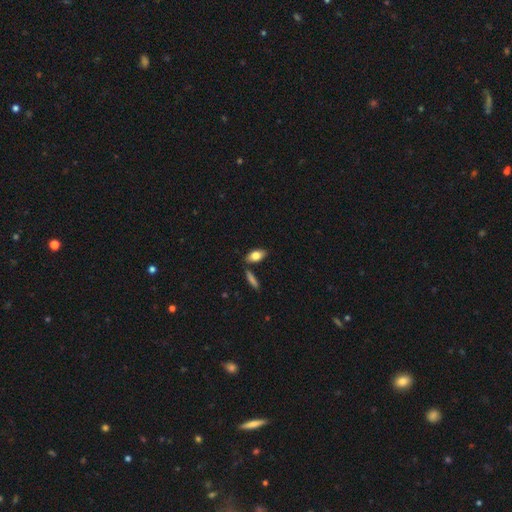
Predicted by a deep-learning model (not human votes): Overall: smooth (78%). How rounded: in between (86%). Merging: none (77%).